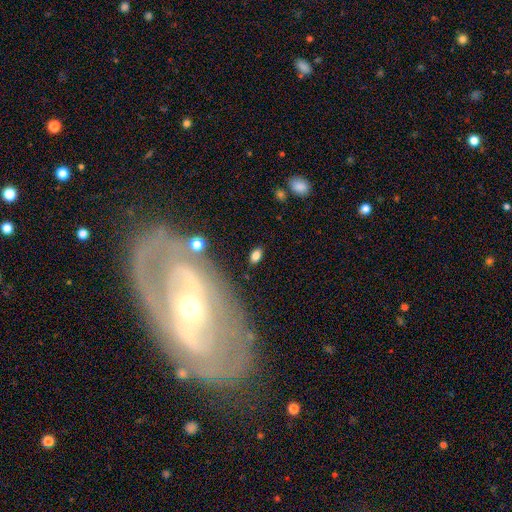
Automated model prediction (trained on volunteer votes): Smooth or featured? Predicted: smooth (p=0.79). How rounded? Predicted: in between (p=0.88). Merging? Predicted: none (p=0.83).